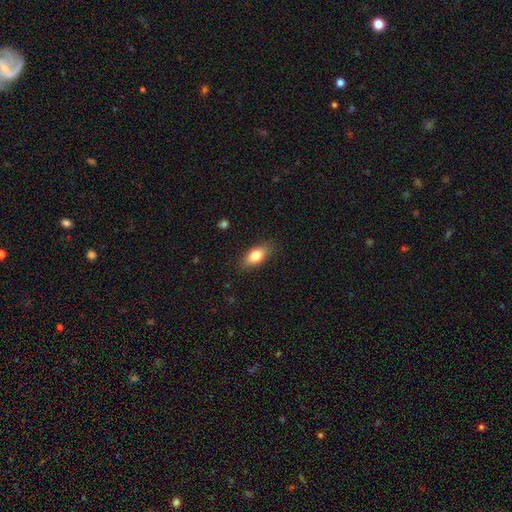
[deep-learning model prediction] This is likely a smooth galaxy (78%). How rounded: clearly in between (84%). Merging: clearly none (85%).